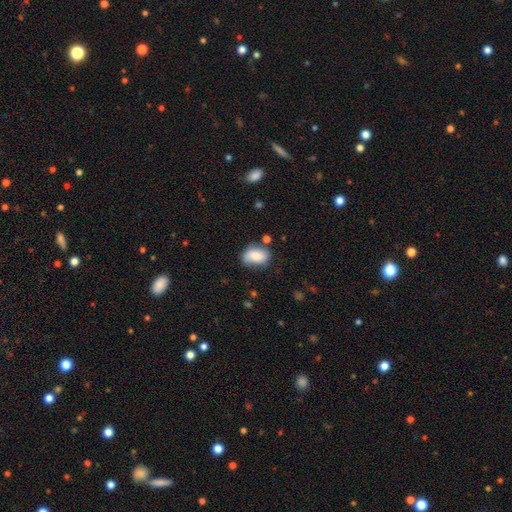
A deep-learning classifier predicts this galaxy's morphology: This is likely a smooth galaxy (78%). How rounded: clearly in between (83%). Merging: possibly none (58%).